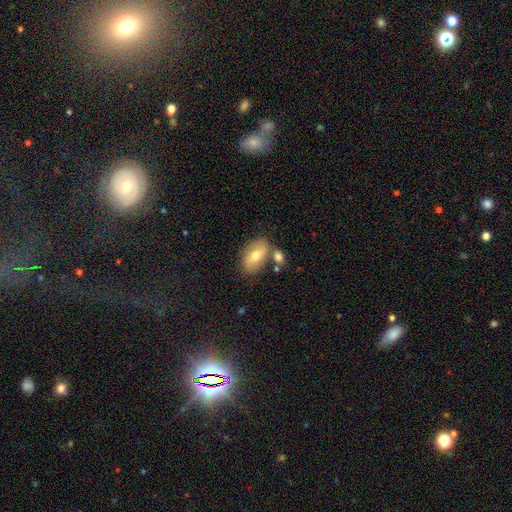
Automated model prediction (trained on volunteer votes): smooth_or_featured: smooth (p=0.54) [alt: featured or disk p=0.38]
how_rounded: in between (p=0.88) [alt: round p=0.09]
merging: none (p=0.64) [alt: merger p=0.16]